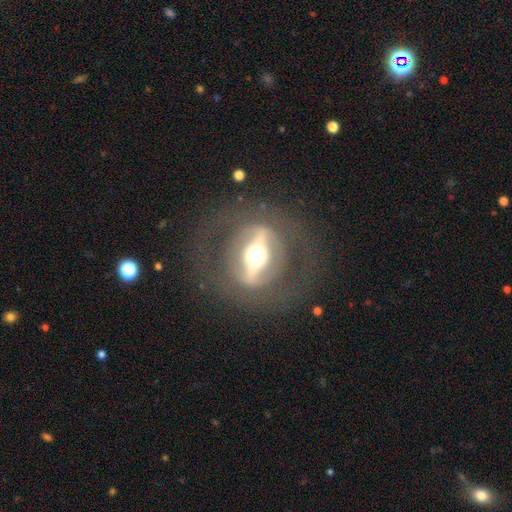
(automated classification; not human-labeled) Morphology: type=featured or disk (79%); edge-on=no (59%); merging=none (78%).